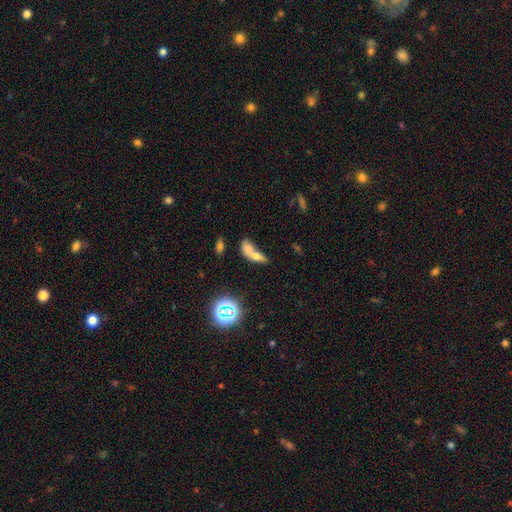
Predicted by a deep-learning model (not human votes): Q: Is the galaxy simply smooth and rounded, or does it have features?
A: smooth — 60%.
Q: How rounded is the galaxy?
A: in between — 68%.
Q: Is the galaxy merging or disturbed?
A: merger — 65%.